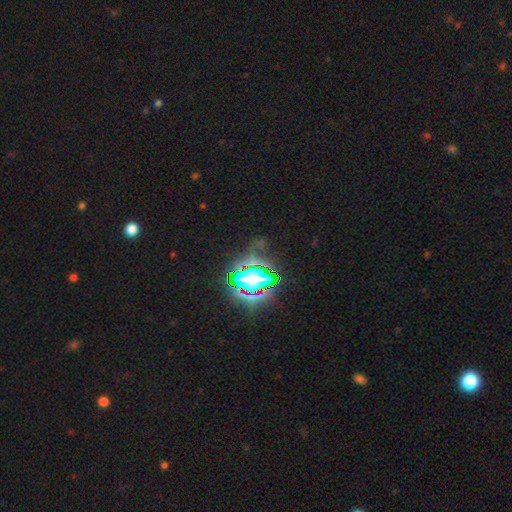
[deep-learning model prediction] The model was most divided on "smooth or featured": star or artifact: 83%, smooth: 10%, featured or disk: 7%.